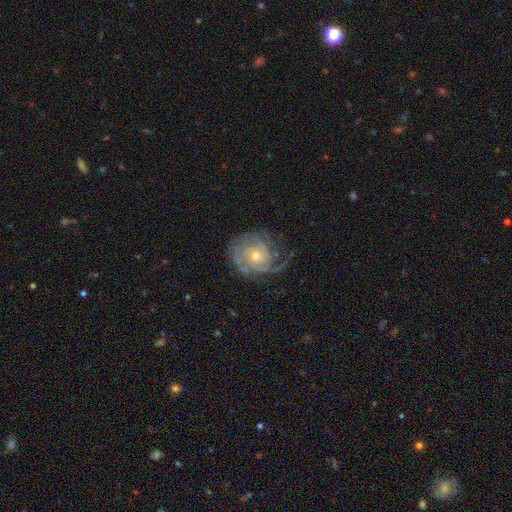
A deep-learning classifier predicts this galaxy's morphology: This is clearly a featured or disk galaxy (81%). It is clearly not viewed edge-on (97%). Bar: likely no (79%). Spiral arm pattern: clearly yes (92%). Spiral arm count: marginally 2 (33%). Spiral winding: likely tight (62%). Central bulge: possibly small (59%). Merging: possibly none (59%).